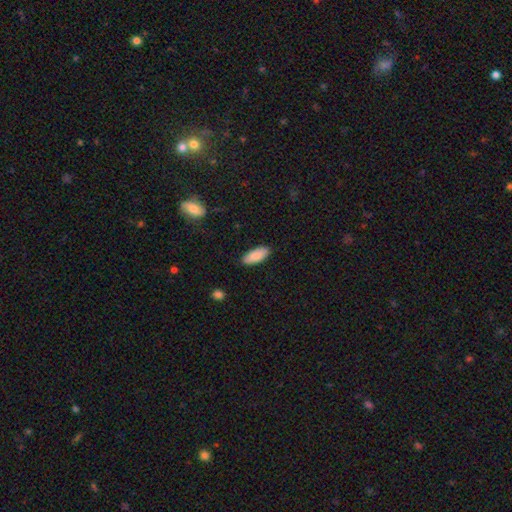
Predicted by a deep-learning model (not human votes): Smooth or featured: smooth — 89% (star or artifact — 6%)
How rounded: in between — 84% (cigar-shaped — 14%)
Merging: none — 87% (minor disturbance — 10%)